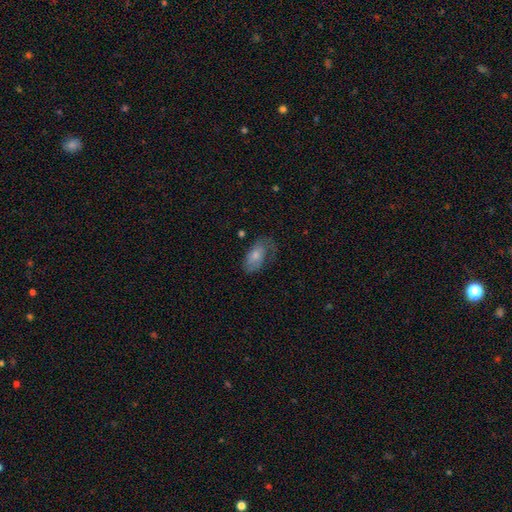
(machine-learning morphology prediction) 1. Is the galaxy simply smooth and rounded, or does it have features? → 64% smooth, 29% featured or disk, 7% star or artifact.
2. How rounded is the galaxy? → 92% in between, 5% round, 3% cigar-shaped.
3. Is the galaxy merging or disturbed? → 44% none, 30% minor disturbance, 24% major disturbance, 2% merger.